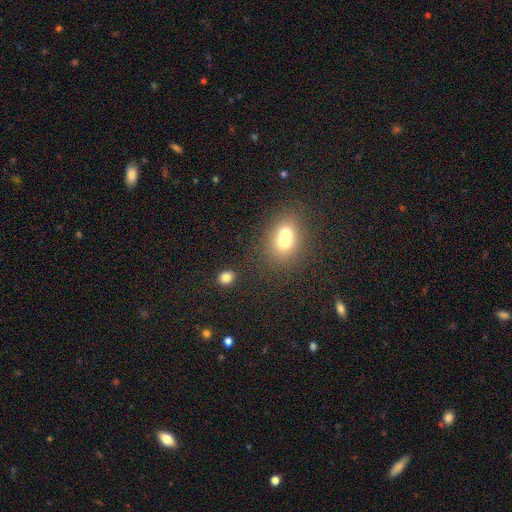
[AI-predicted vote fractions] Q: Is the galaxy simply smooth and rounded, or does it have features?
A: smooth — 70%.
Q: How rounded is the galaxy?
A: in between — 62%.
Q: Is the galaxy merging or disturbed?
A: none — 88%.